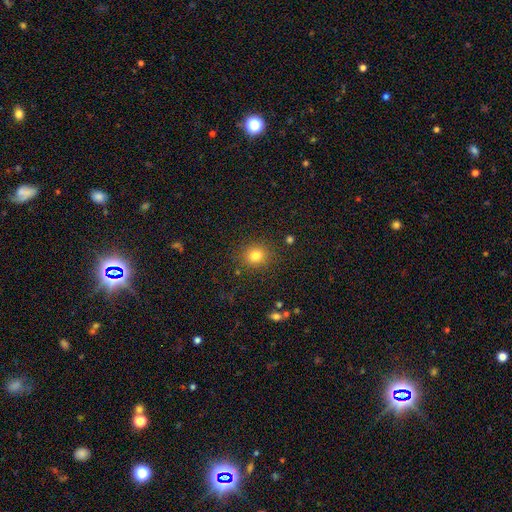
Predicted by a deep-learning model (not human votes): Smooth or featured? Predicted: smooth (p=0.79). How rounded? Predicted: round (p=0.84). Merging? Predicted: none (p=0.87).